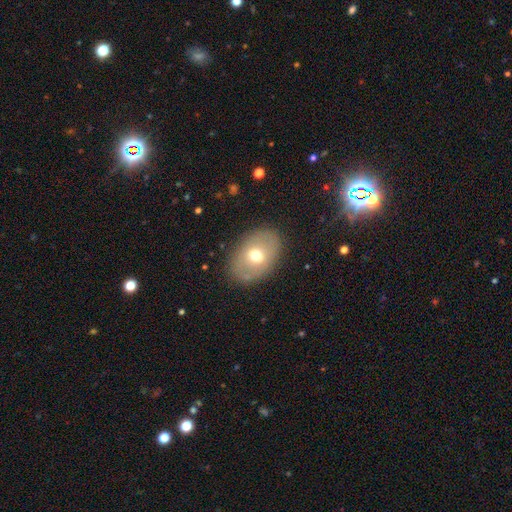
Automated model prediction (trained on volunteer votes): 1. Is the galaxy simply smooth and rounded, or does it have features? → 59% smooth, 32% featured or disk, 8% star or artifact.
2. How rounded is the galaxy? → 78% in between, 20% round, 1% cigar-shaped.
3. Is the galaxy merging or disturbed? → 83% none, 11% minor disturbance, 4% major disturbance, 1% merger.